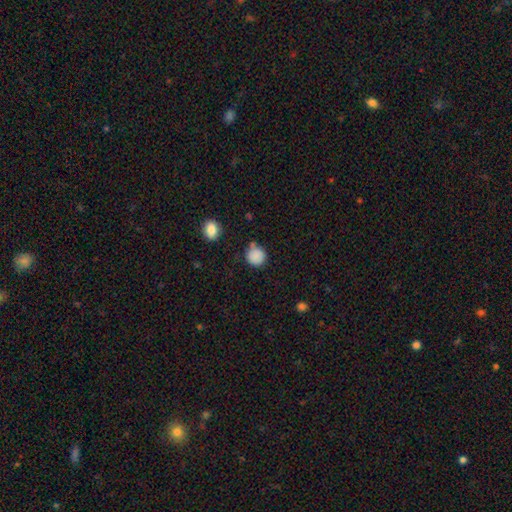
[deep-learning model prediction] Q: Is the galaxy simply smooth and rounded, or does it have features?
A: smooth — 87%.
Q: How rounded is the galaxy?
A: round — 90%.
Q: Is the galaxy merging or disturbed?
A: none — 71%.